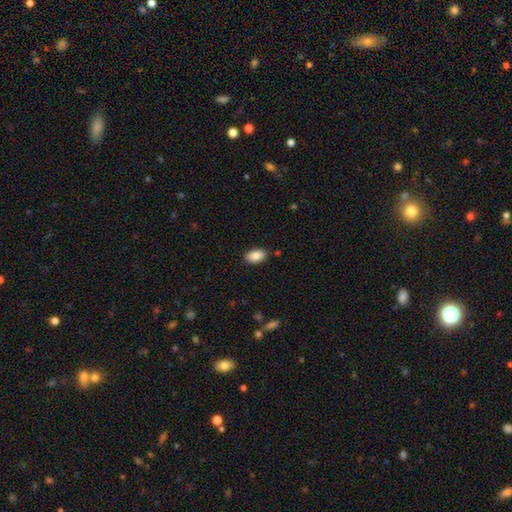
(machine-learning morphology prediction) Smooth or featured? Predicted: smooth (p=0.87). How rounded? Predicted: in between (p=0.92). Merging? Predicted: none (p=0.87).